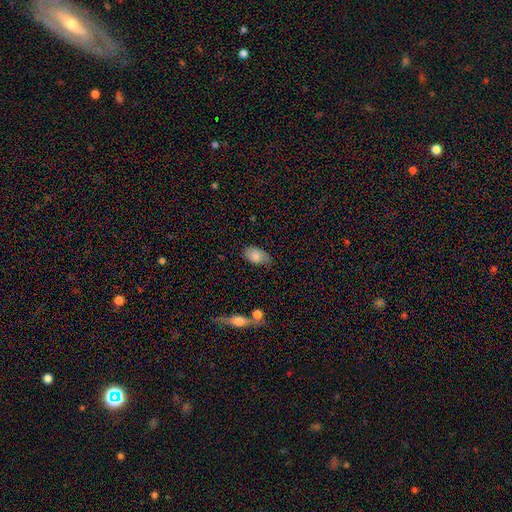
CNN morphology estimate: The model was most divided on "merging": none: 57%, minor disturbance: 32%, major disturbance: 8%, merger: 3%. More confident: how rounded — in between (91%); smooth or featured — smooth (80%).